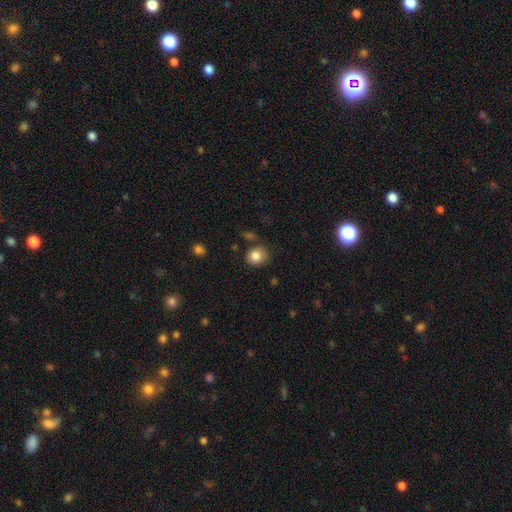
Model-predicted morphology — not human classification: Smooth or featured?
  - smooth: 85% *
  - star or artifact: 9%
  - featured or disk: 6%
How rounded?
  - round: 76% *
  - in between: 23%
  - cigar-shaped: 1%
Merging?
  - none: 77% *
  - minor disturbance: 15%
  - merger: 5%
  - major disturbance: 4%